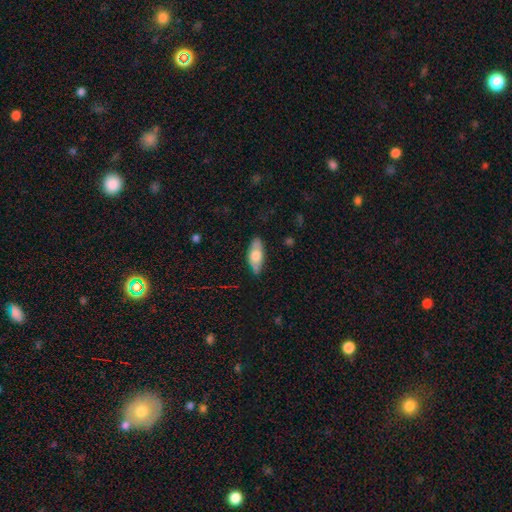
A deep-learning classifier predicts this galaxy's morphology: smooth 64%, featured or disk 30%, star or artifact 6%. Down the decision tree: how rounded — in between (79%); merging — none (83%).